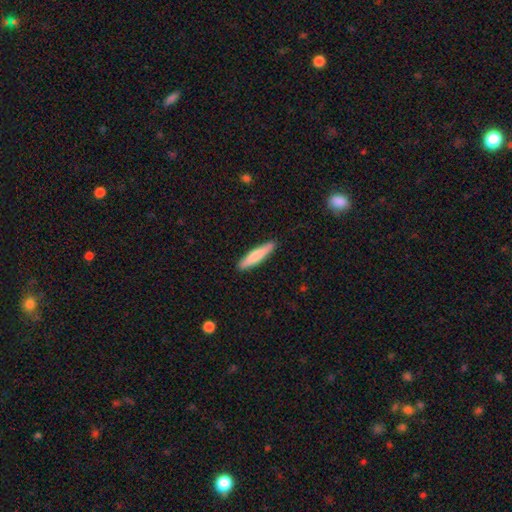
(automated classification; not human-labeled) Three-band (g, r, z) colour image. It shows a smooth galaxy with no disk features (76%) that is cigar-shaped (89%). Merging: none (90%).